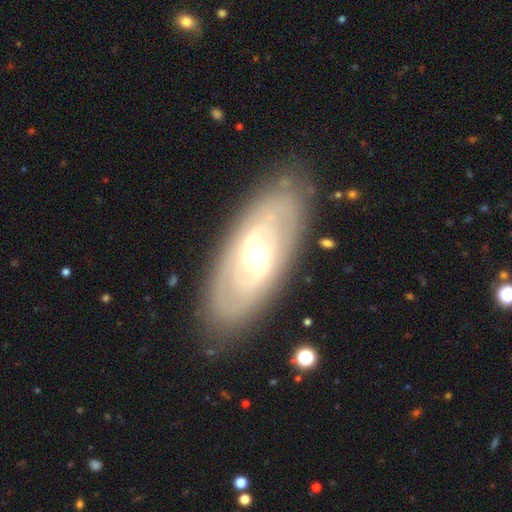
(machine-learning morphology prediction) smooth-or-featured: featured or disk: 74% | smooth: 21% | star or artifact: 6%
  disk-edge-on: no: 89% | yes: 11%
    bar: no: 48% | weak: 38% | strong: 15%
    has-spiral-arms: yes: 70% | no: 30%
    bulge-size: moderate: 67% | small: 20% | large: 11% | dominant: 1% | none: 1%
  merging: none: 84% | minor disturbance: 11% | major disturbance: 4% | merger: 1%